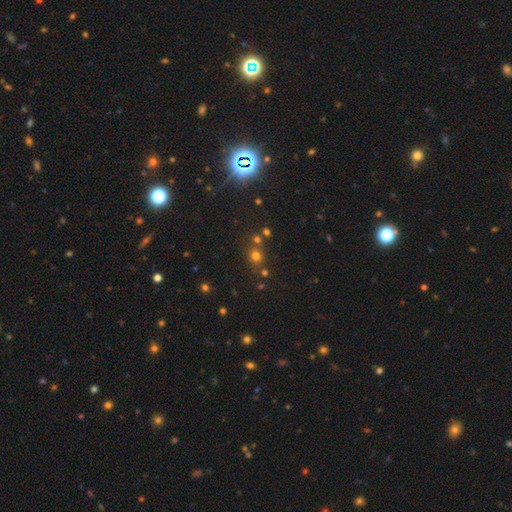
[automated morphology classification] Q: Smooth or featured?
A: smooth (64%); runner-up: star or artifact (28%)
Q: How rounded?
A: round (83%); runner-up: in between (16%)
Q: Merging?
A: none (72%); runner-up: merger (16%)